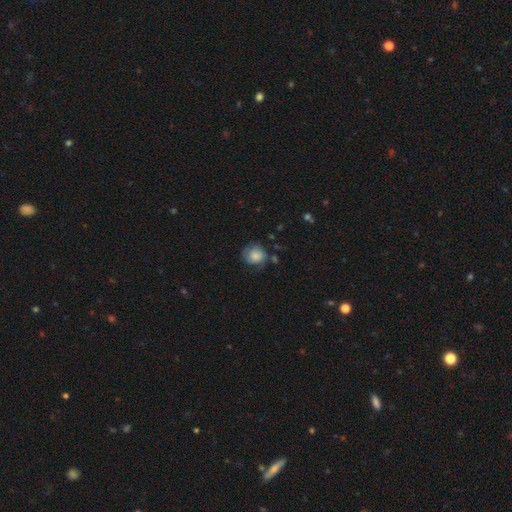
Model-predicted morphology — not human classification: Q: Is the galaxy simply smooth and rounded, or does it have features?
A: smooth — 71%.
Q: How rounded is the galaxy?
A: round — 79%.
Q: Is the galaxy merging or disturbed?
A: none — 56%.